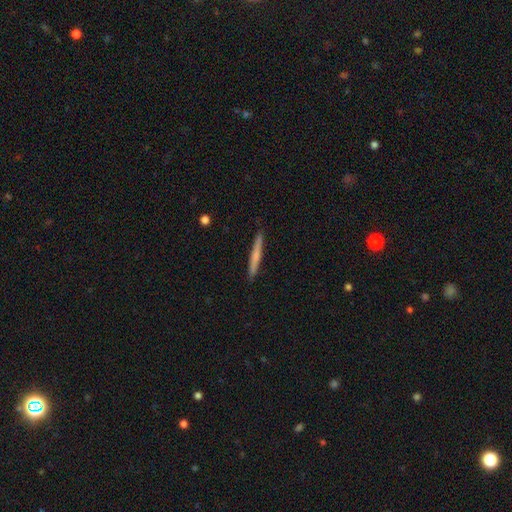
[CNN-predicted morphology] Smooth or featured: smooth — 56% (featured or disk — 39%)
How rounded: cigar-shaped — 96% (in between — 2%)
Merging: none — 92% (minor disturbance — 6%)